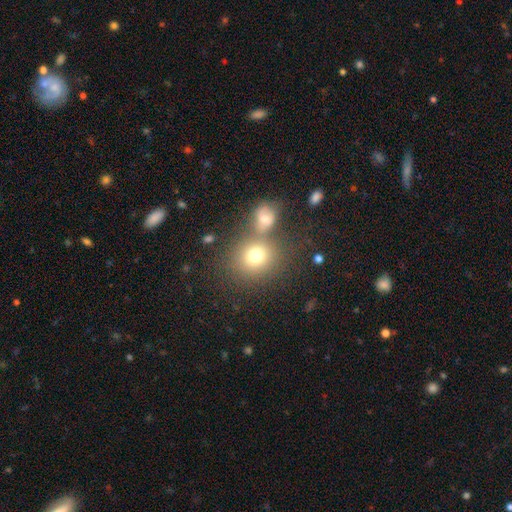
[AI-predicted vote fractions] A smooth galaxy with no disk features (75%) that is round (79%). Merging: none (58%).